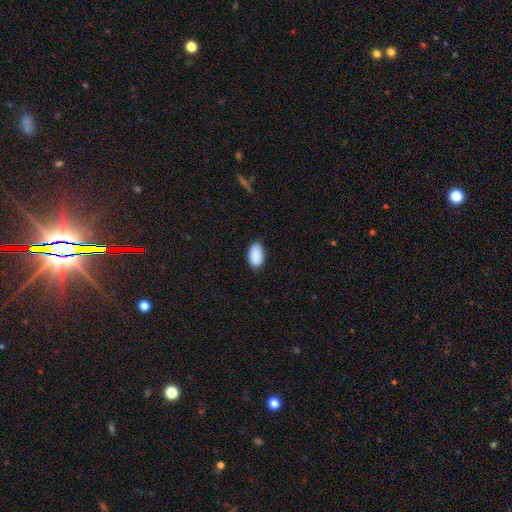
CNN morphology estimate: type=smooth (90%); roundness=in between (95%); merging=none (81%).